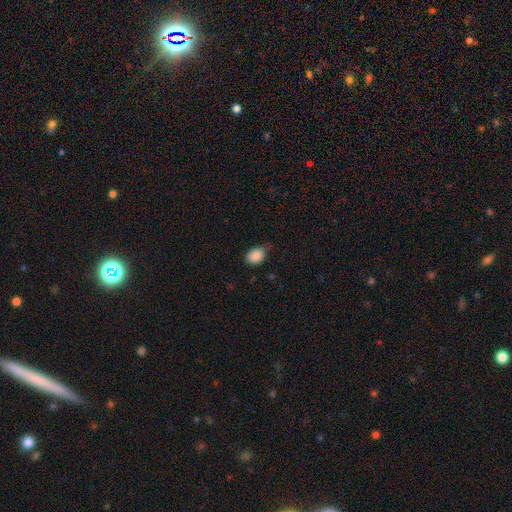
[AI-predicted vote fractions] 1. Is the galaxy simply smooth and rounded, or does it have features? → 88% smooth, 8% star or artifact, 4% featured or disk.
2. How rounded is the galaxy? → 72% in between, 26% round, 1% cigar-shaped.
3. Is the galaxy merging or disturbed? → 62% none, 31% minor disturbance, 5% major disturbance, 1% merger.